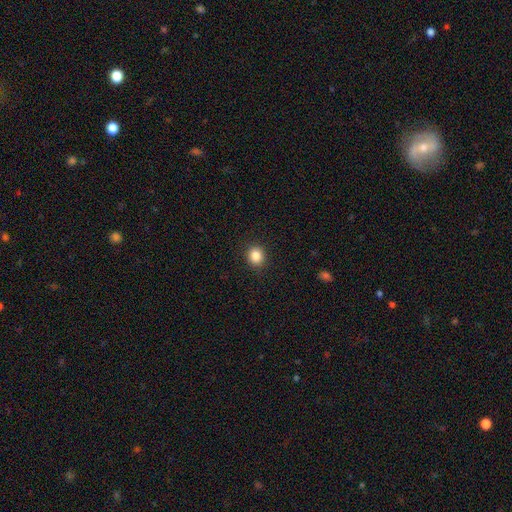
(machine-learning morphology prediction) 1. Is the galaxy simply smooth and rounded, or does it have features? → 85% smooth, 10% star or artifact, 4% featured or disk.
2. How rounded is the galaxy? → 78% round, 21% in between, 1% cigar-shaped.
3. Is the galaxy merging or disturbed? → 91% none, 6% minor disturbance, 2% major disturbance, 1% merger.